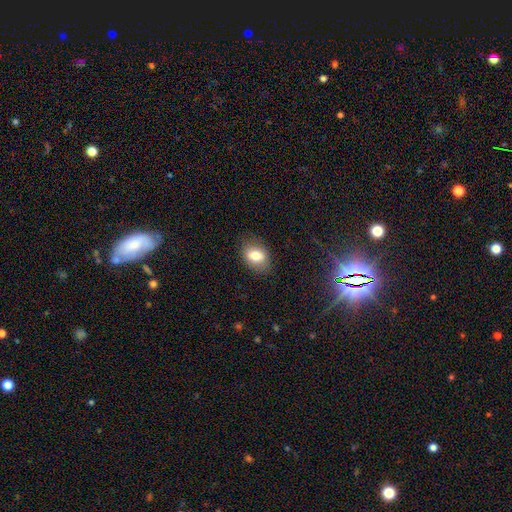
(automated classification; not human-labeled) Smooth or featured?
  - smooth: 77% *
  - featured or disk: 14%
  - star or artifact: 9%
How rounded?
  - in between: 76% *
  - round: 23%
  - cigar-shaped: 1%
Merging?
  - none: 83% *
  - minor disturbance: 12%
  - major disturbance: 4%
  - merger: 1%